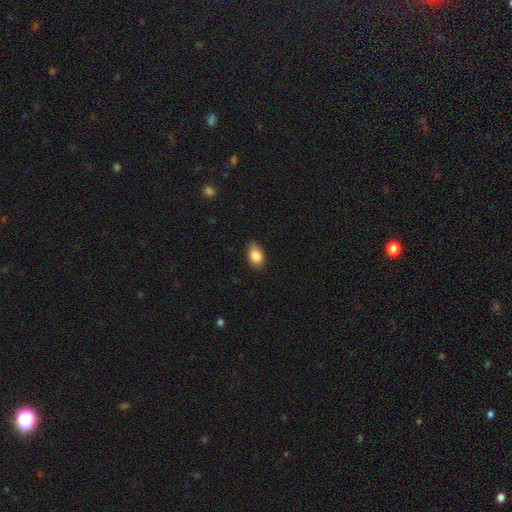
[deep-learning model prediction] A smooth galaxy with no disk features (86%) that is in between round and cigar-shaped (88%).

Vote fractions:
- Smooth or featured? smooth: 86% / star or artifact: 7% / featured or disk: 7%
- How rounded? in between: 88% / round: 10% / cigar-shaped: 2%
- Merging? none: 82% / minor disturbance: 15% / major disturbance: 2% / merger: 1%